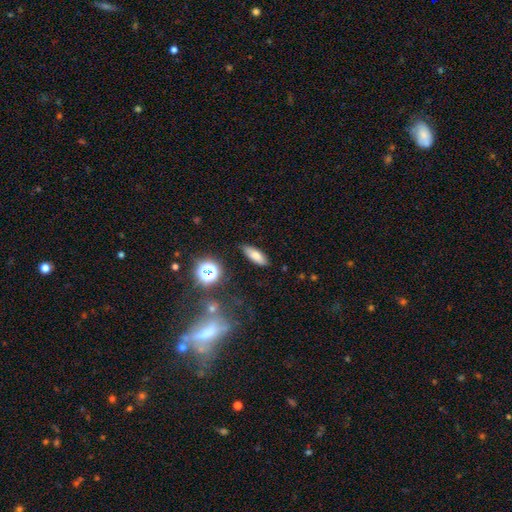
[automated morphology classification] Smooth or featured? smooth (74%)
How rounded? in between (66%)
Merging? none (82%)